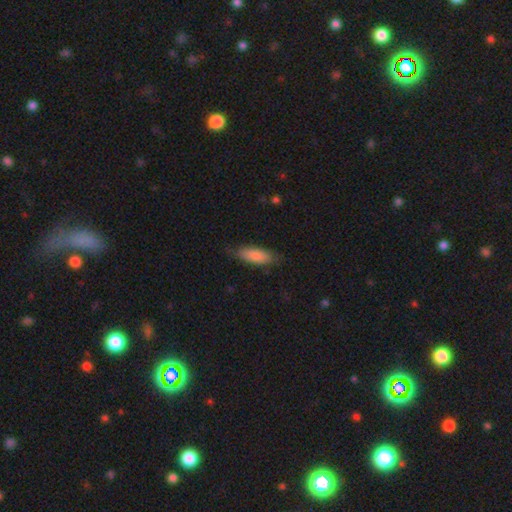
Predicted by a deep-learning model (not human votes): Q: Smooth or featured?
A: smooth (83%); runner-up: featured or disk (12%)
Q: How rounded?
A: in between (67%); runner-up: cigar-shaped (32%)
Q: Merging?
A: none (77%); runner-up: minor disturbance (18%)